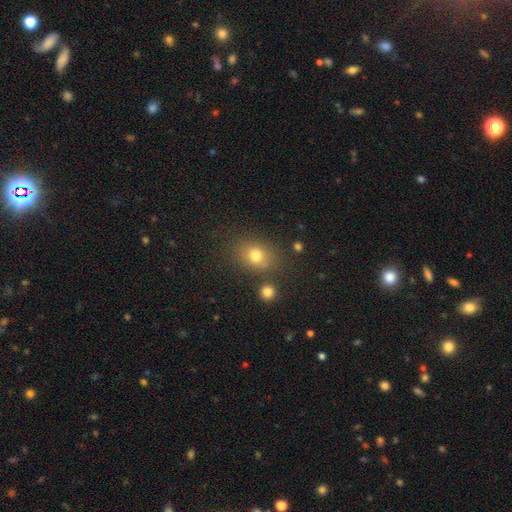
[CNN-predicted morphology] Smooth or featured?
  - smooth: 77% *
  - star or artifact: 14%
  - featured or disk: 10%
How rounded?
  - in between: 53% *
  - round: 46%
  - cigar-shaped: 1%
Merging?
  - none: 74% *
  - minor disturbance: 13%
  - merger: 8%
  - major disturbance: 5%